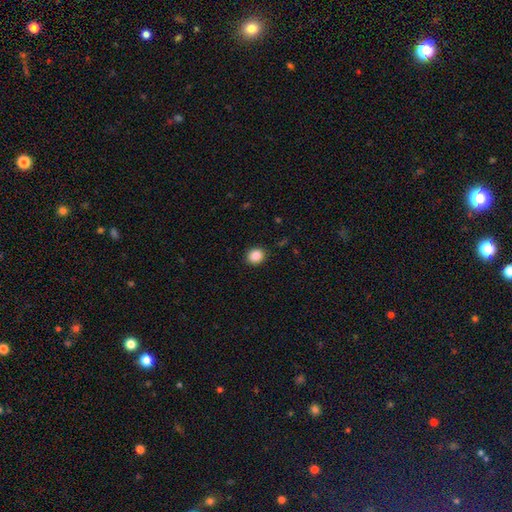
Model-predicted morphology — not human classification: Smooth or featured?
  - smooth: 88% *
  - star or artifact: 9%
  - featured or disk: 3%
How rounded?
  - round: 73% *
  - in between: 26%
  - cigar-shaped: 1%
Merging?
  - none: 88% *
  - minor disturbance: 8%
  - major disturbance: 2%
  - merger: 1%